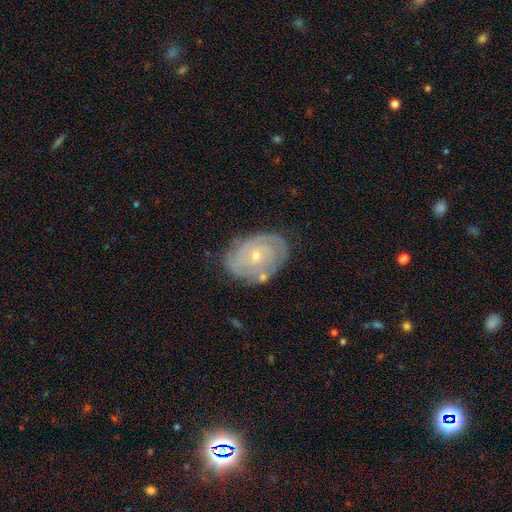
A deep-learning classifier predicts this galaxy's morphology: Smooth or featured? Predicted: featured or disk (p=0.83). Edge-on disk? Predicted: no (p=0.97). Bar? Predicted: no (p=0.70). Spiral arms? Predicted: yes (p=0.94). Spiral winding? Predicted: tight (p=0.75). Spiral arm count? Predicted: 2 (p=0.33). Bulge size? Predicted: small (p=0.67). Merging? Predicted: none (p=0.74).